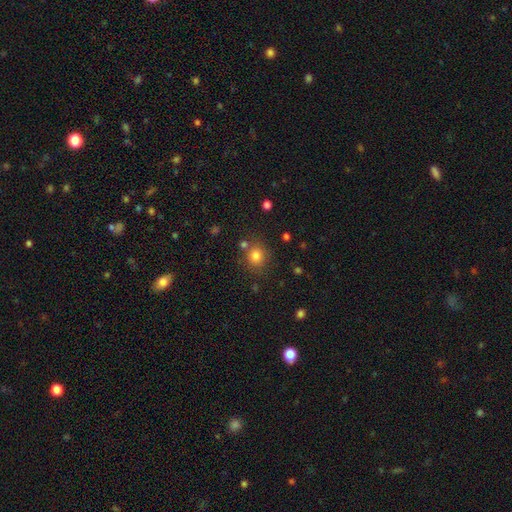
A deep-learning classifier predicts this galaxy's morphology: Smooth or featured? smooth (80%)
How rounded? round (84%)
Merging? none (76%)